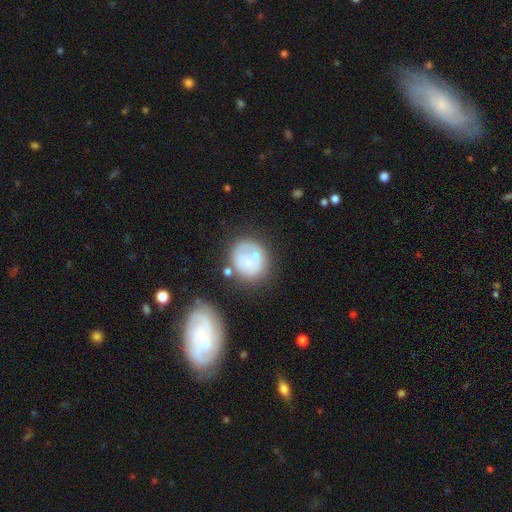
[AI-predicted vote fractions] A smooth galaxy with no disk features (55%) that is round (80%).

Vote fractions:
- Smooth or featured? smooth: 55% / featured or disk: 36% / star or artifact: 9%
- How rounded? round: 80% / in between: 19% / cigar-shaped: 1%
- Merging? none: 54% / minor disturbance: 21% / merger: 13% / major disturbance: 12%